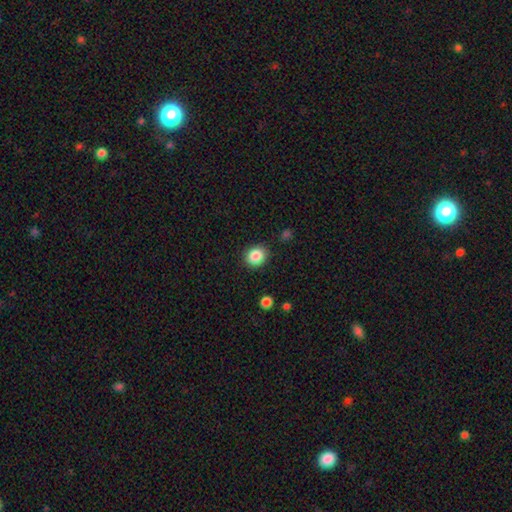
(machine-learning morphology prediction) type=smooth (86%); roundness=round (74%); merging=none (87%).